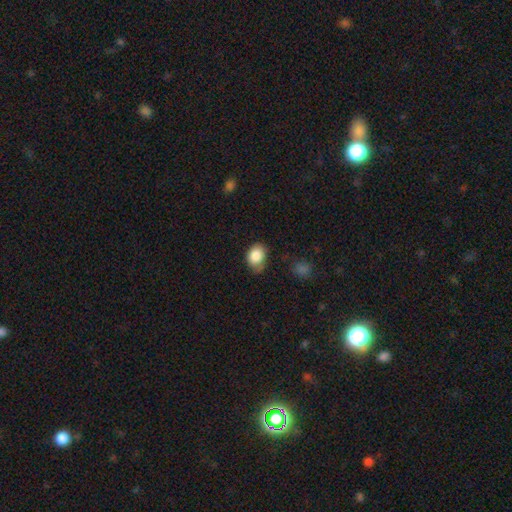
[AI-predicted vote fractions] Morphology: type=smooth (86%); roundness=in between (69%); merging=none (59%).